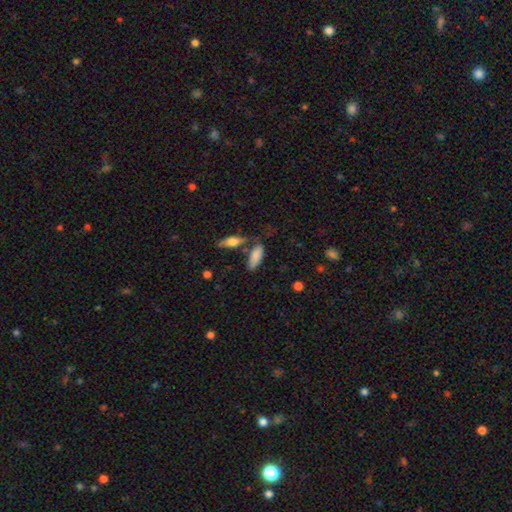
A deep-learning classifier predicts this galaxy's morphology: type=smooth (81%); roundness=in between (70%); merging=none (62%).